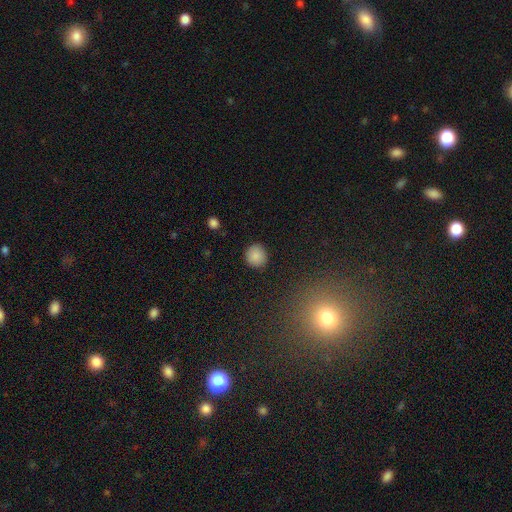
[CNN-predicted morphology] smooth-or-featured: smooth: 86% | star or artifact: 9% | featured or disk: 4%
  how-rounded: round: 89% | in between: 10% | cigar-shaped: 1%
  merging: none: 89% | minor disturbance: 8% | major disturbance: 2% | merger: 1%